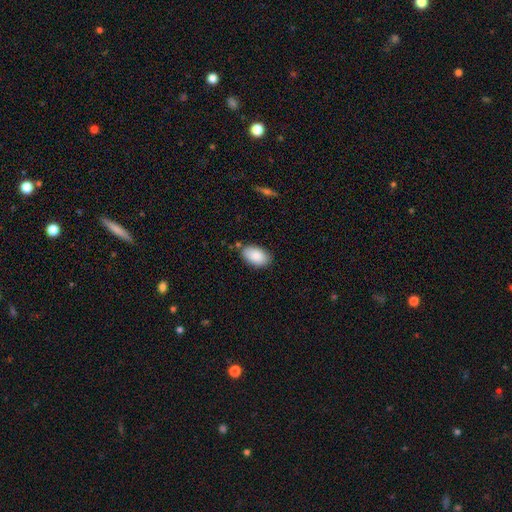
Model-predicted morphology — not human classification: A smooth galaxy with no disk features (89%) that is in between round and cigar-shaped (94%). Merging: none (82%).